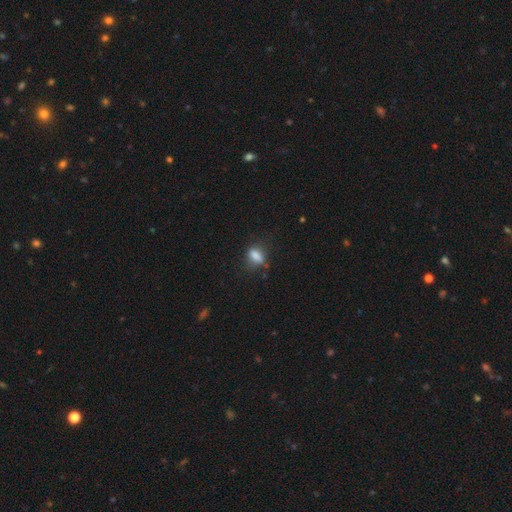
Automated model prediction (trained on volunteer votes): Smooth or featured? Predicted: smooth (p=0.79). How rounded? Predicted: in between (p=0.73). Merging? Predicted: none (p=0.63).